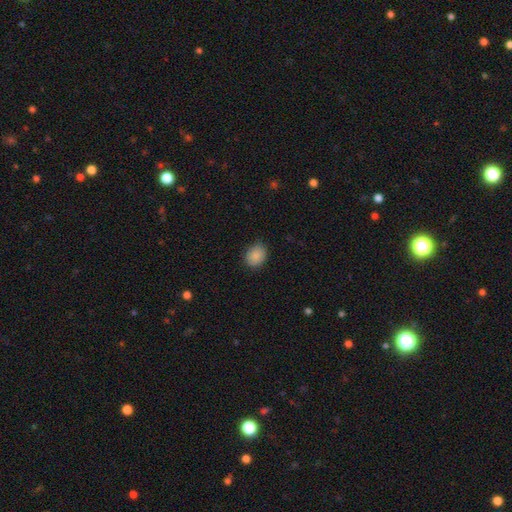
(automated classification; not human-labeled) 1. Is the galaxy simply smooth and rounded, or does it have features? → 87% smooth, 8% star or artifact, 4% featured or disk.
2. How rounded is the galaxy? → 50% round, 49% in between, 1% cigar-shaped.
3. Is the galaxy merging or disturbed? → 83% none, 13% minor disturbance, 3% major disturbance, 1% merger.